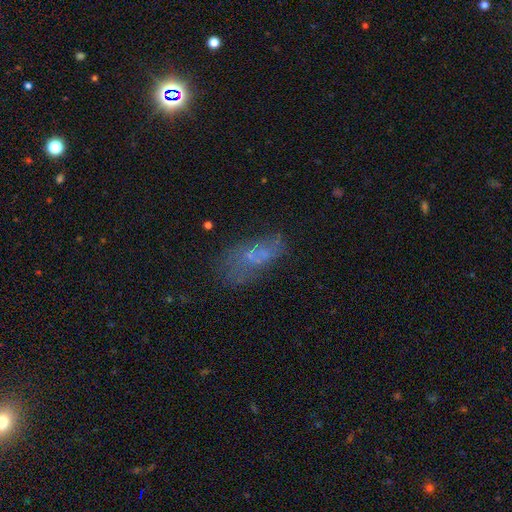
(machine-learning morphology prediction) Q: Smooth or featured?
A: smooth (42%); runner-up: featured or disk (39%)
Q: Merging?
A: none (42%); runner-up: major disturbance (24%)